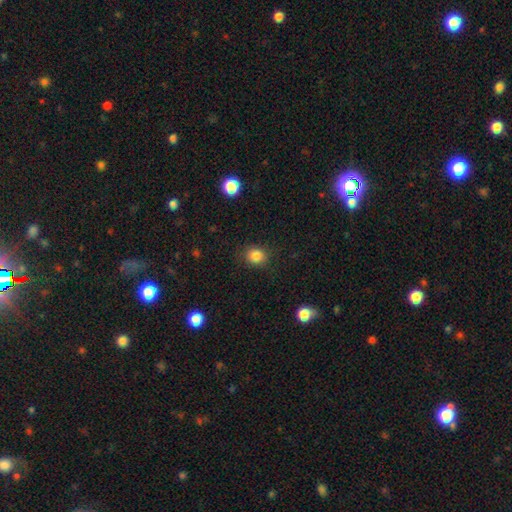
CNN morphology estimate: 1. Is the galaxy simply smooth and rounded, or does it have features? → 85% smooth, 11% star or artifact, 5% featured or disk.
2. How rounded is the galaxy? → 76% round, 23% in between, 1% cigar-shaped.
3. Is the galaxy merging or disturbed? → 85% none, 10% minor disturbance, 3% major disturbance, 1% merger.